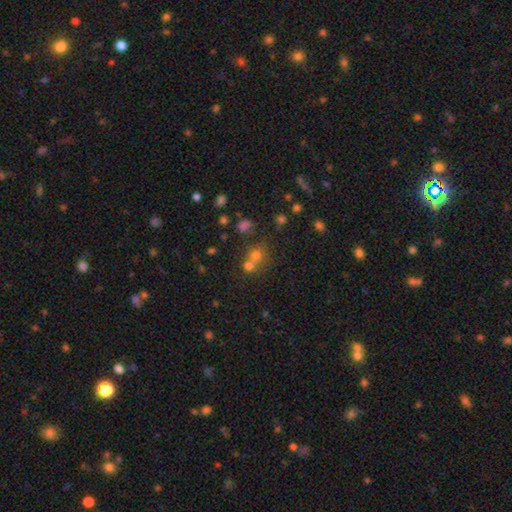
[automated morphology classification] This is likely a smooth galaxy (61%). How rounded: likely round (79%). Merging: possibly merger (46%).